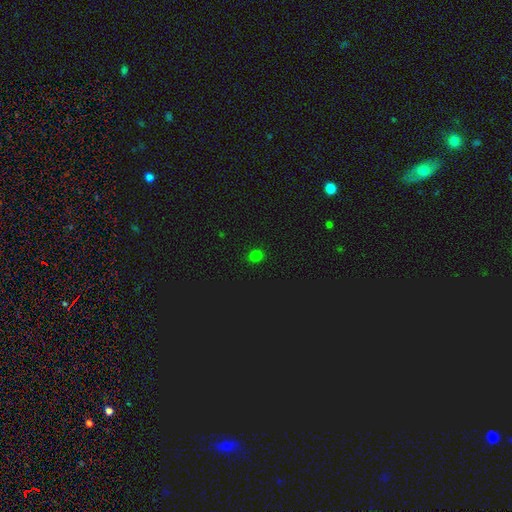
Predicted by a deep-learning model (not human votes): smooth 76%, star or artifact 21%, featured or disk 3%. Down the decision tree: how rounded — round (74%); merging — none (90%).